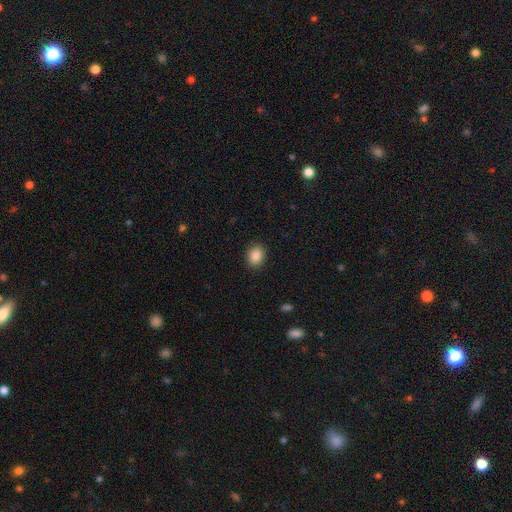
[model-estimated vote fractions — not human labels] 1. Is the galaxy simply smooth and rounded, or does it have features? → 88% smooth, 9% star or artifact, 4% featured or disk.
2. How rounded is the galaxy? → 59% in between, 40% round, 1% cigar-shaped.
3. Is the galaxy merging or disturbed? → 89% none, 8% minor disturbance, 2% major disturbance, 1% merger.